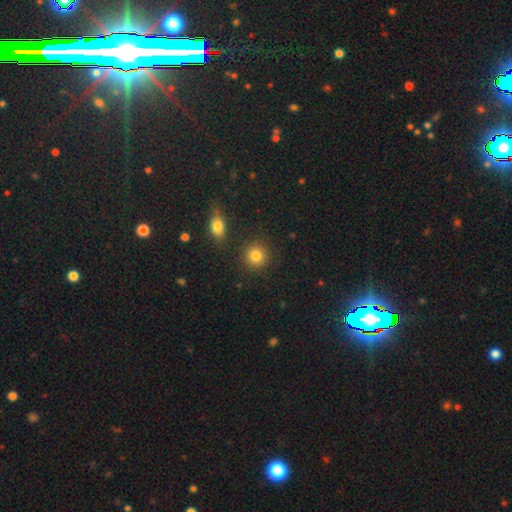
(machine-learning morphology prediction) smooth 84%, star or artifact 11%, featured or disk 6%. Down the decision tree: how rounded — round (90%); merging — none (88%).